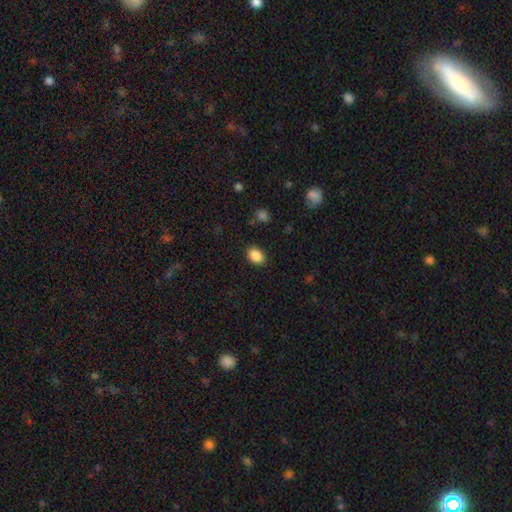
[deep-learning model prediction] Smooth or featured?
  - smooth: 88% *
  - star or artifact: 8%
  - featured or disk: 4%
How rounded?
  - in between: 76% *
  - round: 23%
  - cigar-shaped: 1%
Merging?
  - none: 86% *
  - minor disturbance: 10%
  - major disturbance: 3%
  - merger: 1%